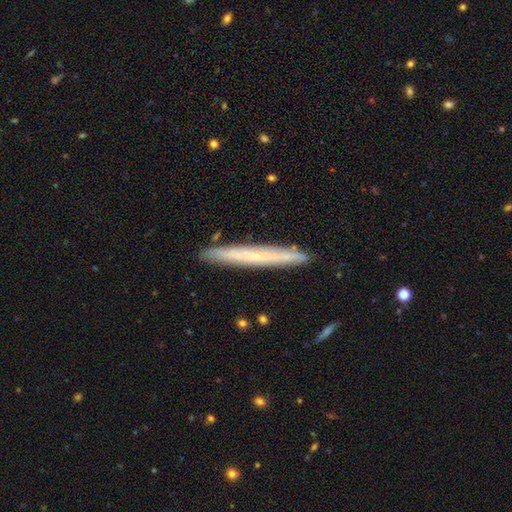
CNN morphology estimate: Smooth or featured: featured or disk — 49% (smooth — 45%)
Merging: none — 90% (minor disturbance — 7%)